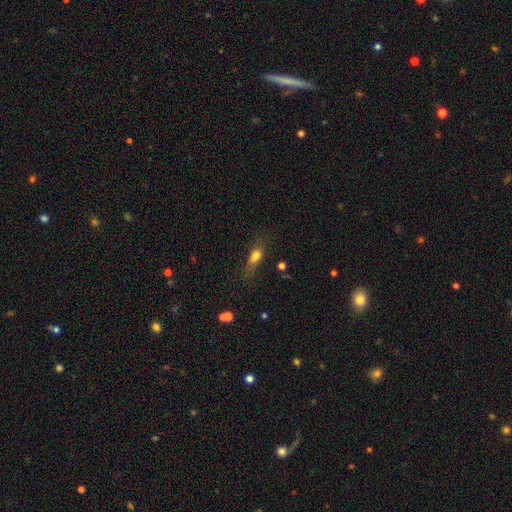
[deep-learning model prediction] A smooth galaxy with no disk features (70%) that is in between round and cigar-shaped (60%). Merging: none (48%).